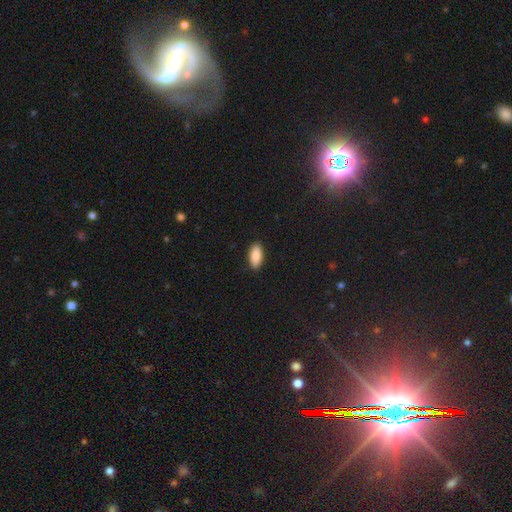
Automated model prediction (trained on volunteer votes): The model was most divided on "how rounded": in between: 90%, cigar-shaped: 8%, round: 2%. More confident: merging — none (90%); smooth or featured — smooth (89%).